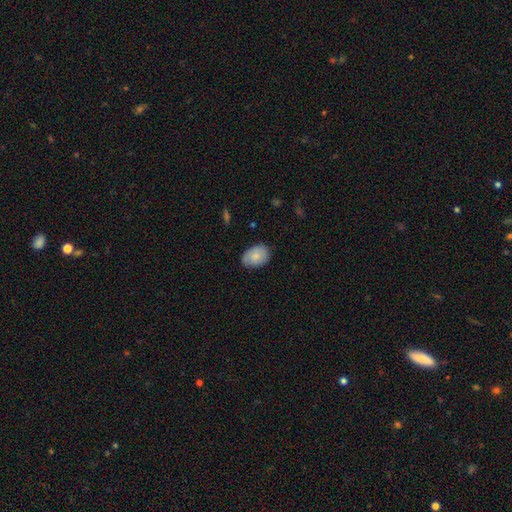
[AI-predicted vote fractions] Morphology: type=smooth (78%); roundness=in between (80%); merging=none (71%).